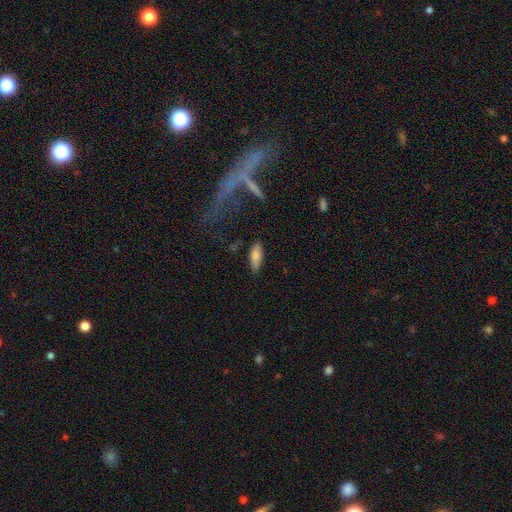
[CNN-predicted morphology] A smooth galaxy with no disk features (81%) that is in between round and cigar-shaped (65%). Merging: none (81%).